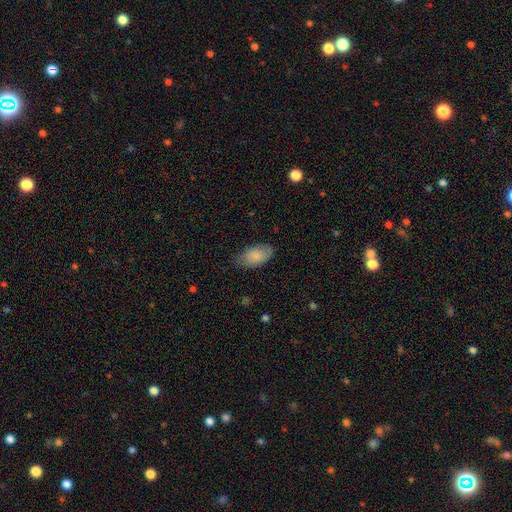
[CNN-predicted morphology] Smooth or featured? smooth (82%)
How rounded? in between (94%)
Merging? none (69%)